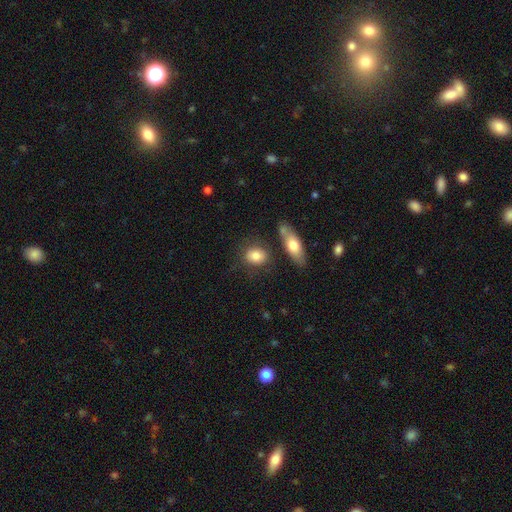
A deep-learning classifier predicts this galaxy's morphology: Smooth or featured?
  - smooth: 80% *
  - featured or disk: 13%
  - star or artifact: 7%
How rounded?
  - in between: 52% *
  - round: 44%
  - cigar-shaped: 3%
Merging?
  - none: 71% *
  - minor disturbance: 14%
  - merger: 10%
  - major disturbance: 5%